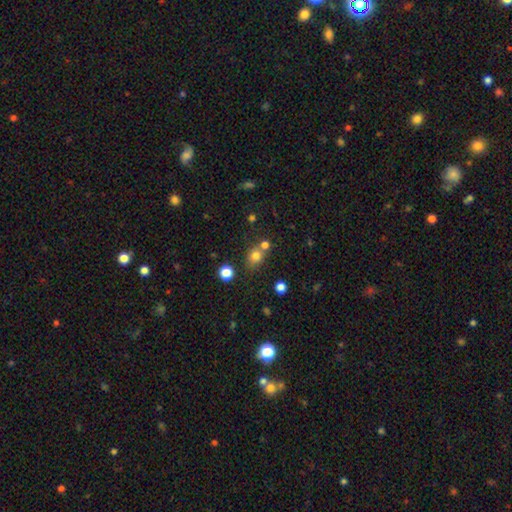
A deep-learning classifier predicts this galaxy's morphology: A smooth galaxy with no disk features (76%) that is round (65%). Merging: none (59%).